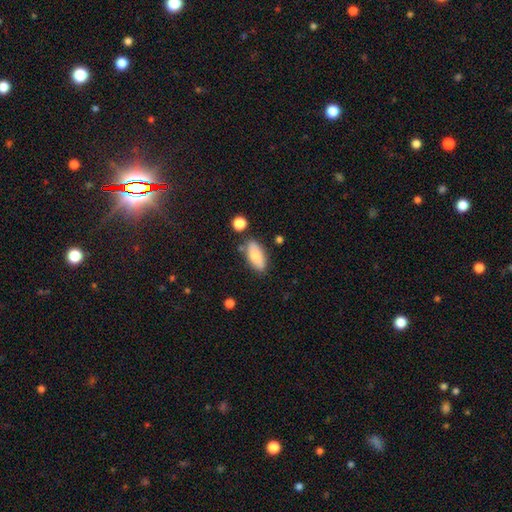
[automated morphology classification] type=smooth (75%); roundness=in between (82%); merging=none (76%).